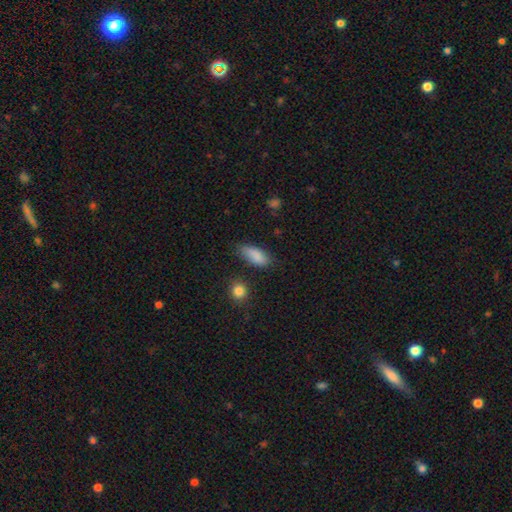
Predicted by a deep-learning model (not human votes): Smooth or featured?
  - smooth: 86% *
  - star or artifact: 8%
  - featured or disk: 6%
How rounded?
  - in between: 82% *
  - cigar-shaped: 14%
  - round: 3%
Merging?
  - none: 71% *
  - minor disturbance: 21%
  - major disturbance: 5%
  - merger: 3%